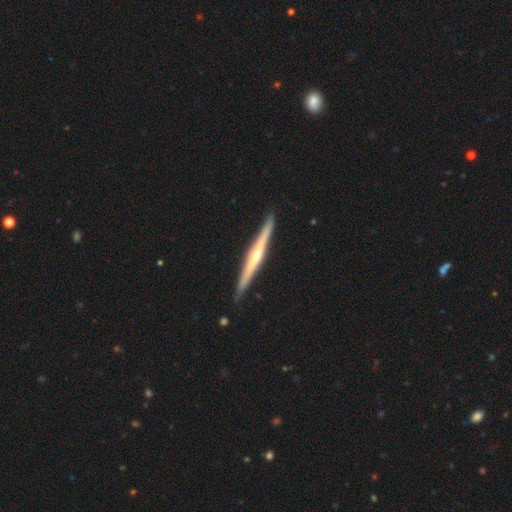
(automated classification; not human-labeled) Morphology: type=featured or disk (79%); edge-on=yes (98%); edge-on bulge=rounded (77%); merging=none (90%).